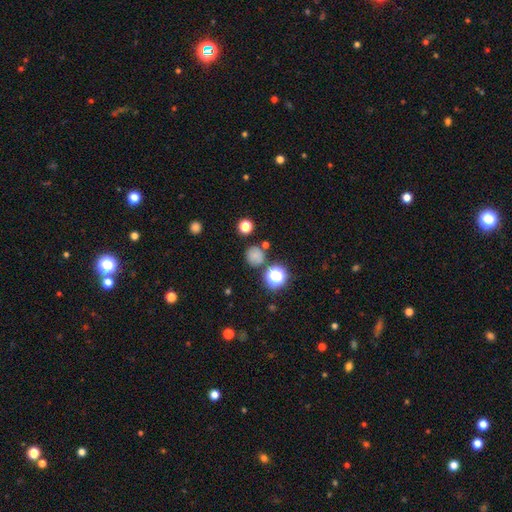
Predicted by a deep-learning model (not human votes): Smooth or featured? Predicted: smooth (p=0.72). How rounded? Predicted: round (p=0.89). Merging? Predicted: none (p=0.77).